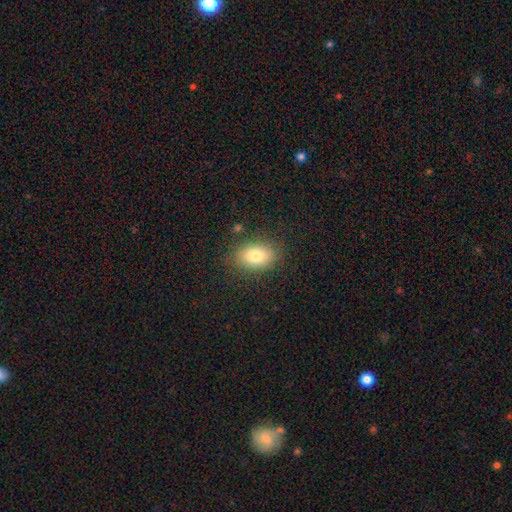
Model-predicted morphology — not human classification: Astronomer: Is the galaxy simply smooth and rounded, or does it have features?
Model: smooth — 81%.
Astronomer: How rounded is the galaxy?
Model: in between — 81%.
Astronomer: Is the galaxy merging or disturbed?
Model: none — 83%.